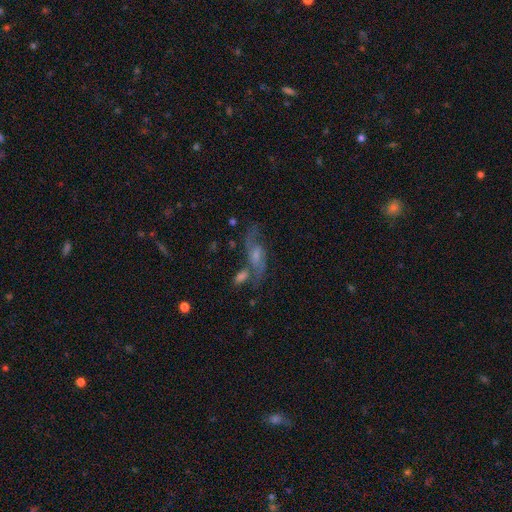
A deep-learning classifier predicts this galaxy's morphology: The model was most divided on "bulge size" (2-way tie): small: 42%, moderate: 42%, none: 9%, large: 6%, dominant: 2%. More confident: spiral arms — yes (90%); edge-on disk — no (88%); spiral arm count — 2 (86%); smooth or featured — featured or disk (74%); spiral winding — loose (56%); bar — no (53%); merging — none (52%).